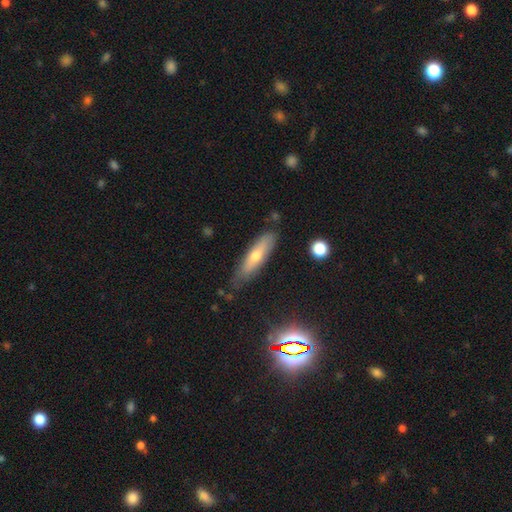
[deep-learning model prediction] Q: Smooth or featured?
A: smooth (56%); runner-up: featured or disk (36%)
Q: How rounded?
A: cigar-shaped (69%); runner-up: in between (29%)
Q: Merging?
A: none (78%); runner-up: minor disturbance (17%)